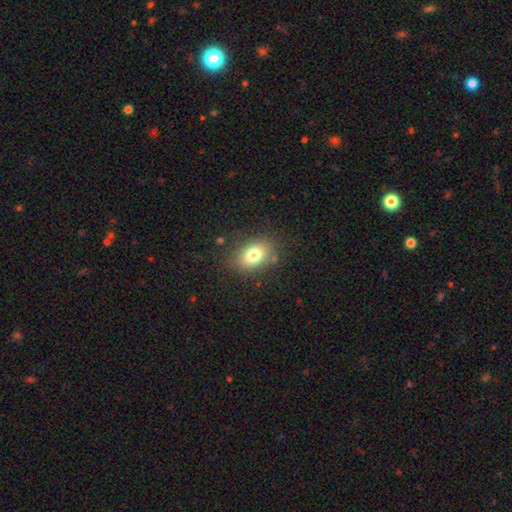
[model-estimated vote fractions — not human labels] smooth-or-featured: smooth: 78% | featured or disk: 12% | star or artifact: 11%
  how-rounded: in between: 77% | round: 21% | cigar-shaped: 2%
  merging: none: 83% | minor disturbance: 11% | major disturbance: 3% | merger: 2%